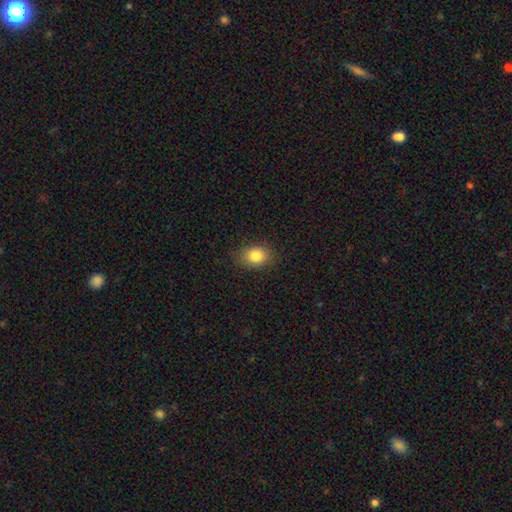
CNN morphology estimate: The model was most divided on "how rounded": in between: 56%, round: 43%, cigar-shaped: 1%. More confident: merging — none (86%); smooth or featured — smooth (83%).